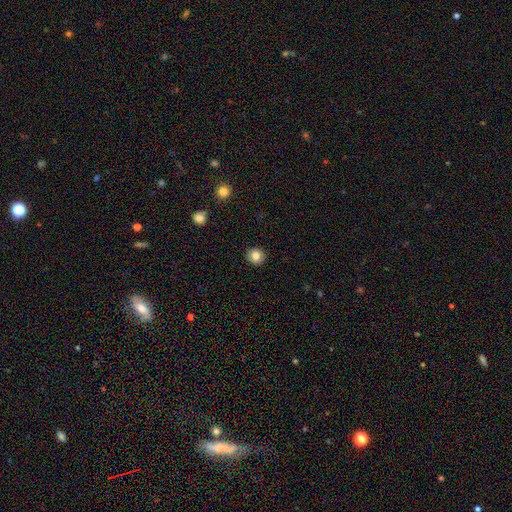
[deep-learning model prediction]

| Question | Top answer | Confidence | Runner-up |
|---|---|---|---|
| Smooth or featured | smooth | 80% | featured or disk (10%) |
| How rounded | round | 84% | in between (15%) |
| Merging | none | 89% | minor disturbance (8%) |